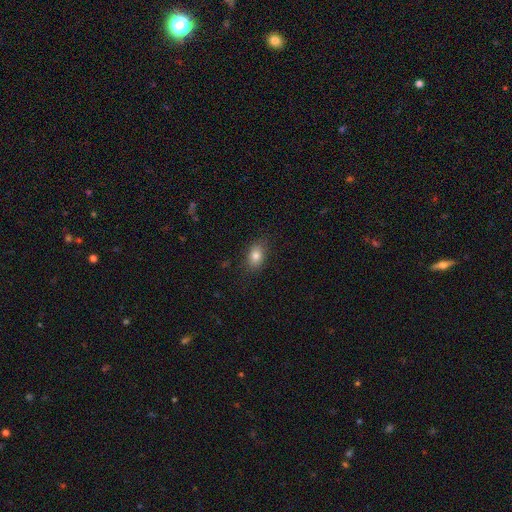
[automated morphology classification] The model was most divided on "how rounded": in between: 80%, round: 17%, cigar-shaped: 2%. More confident: merging — none (82%); smooth or featured — smooth (81%).